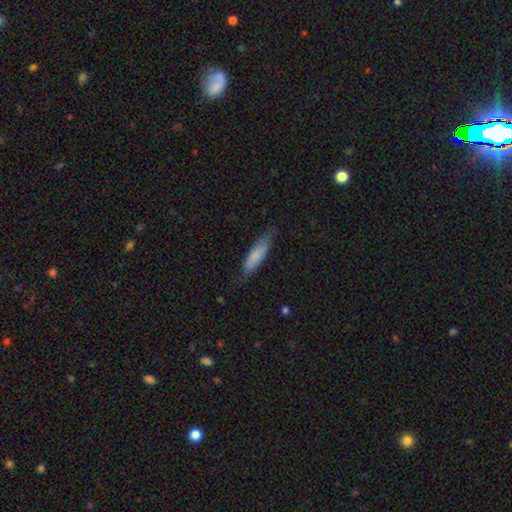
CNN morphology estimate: This is likely a smooth galaxy (78%). How rounded: likely cigar-shaped (69%). Merging: likely none (74%).